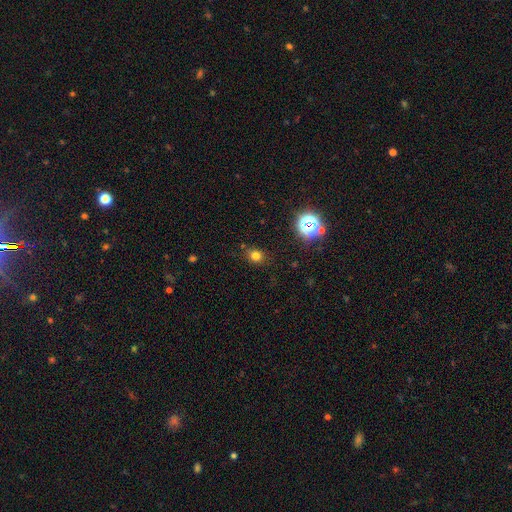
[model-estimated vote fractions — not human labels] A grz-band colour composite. It shows a smooth galaxy with no disk features (73%) that is round (75%). Merging: none (81%).